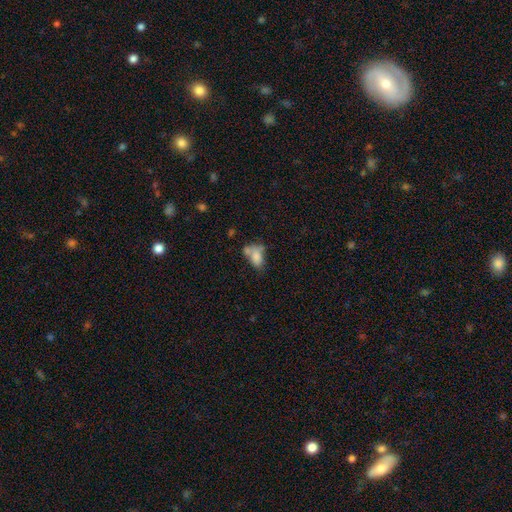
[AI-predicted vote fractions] Overall: smooth (71%). How rounded: in between (86%). Merging: merger (39%; none 28%).